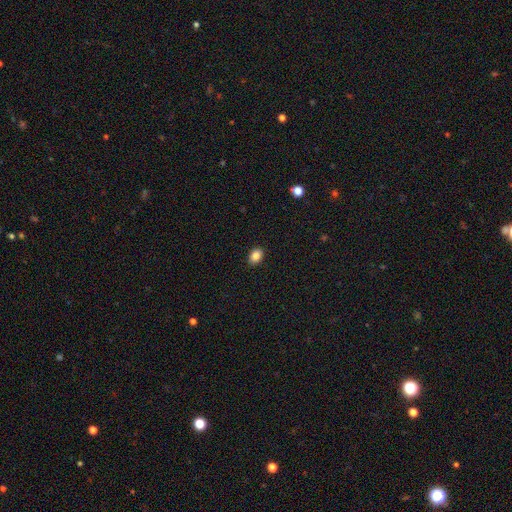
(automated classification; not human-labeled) smooth-or-featured: smooth: 87% | star or artifact: 9% | featured or disk: 4%
  how-rounded: in between: 79% | round: 20% | cigar-shaped: 1%
  merging: none: 90% | minor disturbance: 7% | major disturbance: 2% | merger: 1%